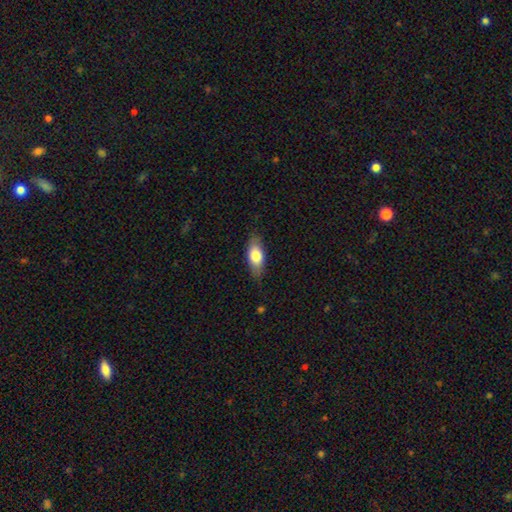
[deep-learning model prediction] This appears to be a smooth galaxy with no disk features (75%) that is in between round and cigar-shaped (82%). Merging: none (80%).